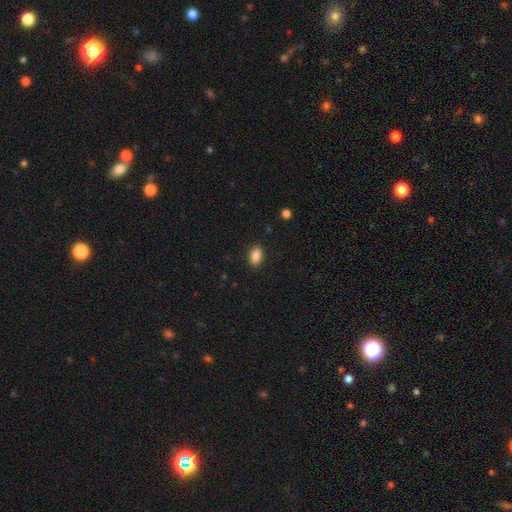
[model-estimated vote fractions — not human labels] This appears to be a smooth galaxy with no disk features (87%) that is in between round and cigar-shaped (84%). Merging: none (89%).